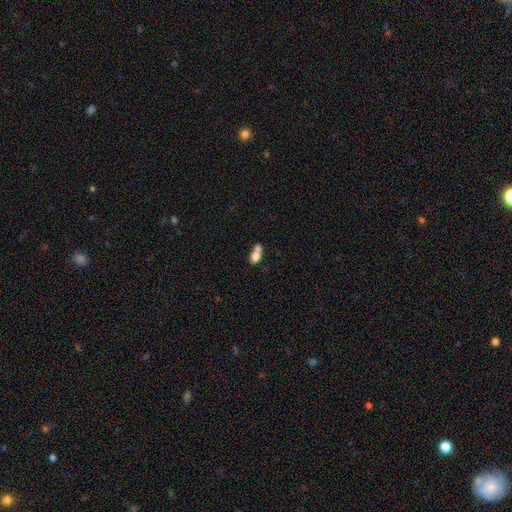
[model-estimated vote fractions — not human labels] Smooth or featured: smooth — 74% (featured or disk — 17%)
How rounded: in between — 77% (round — 18%)
Merging: merger — 64% (none — 22%)